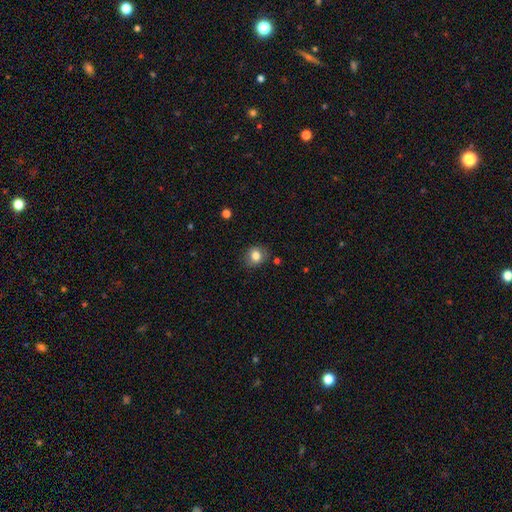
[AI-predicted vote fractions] Smooth or featured?
  - smooth: 81% *
  - star or artifact: 10%
  - featured or disk: 9%
How rounded?
  - round: 73% *
  - in between: 26%
  - cigar-shaped: 1%
Merging?
  - none: 82% *
  - minor disturbance: 13%
  - major disturbance: 3%
  - merger: 2%